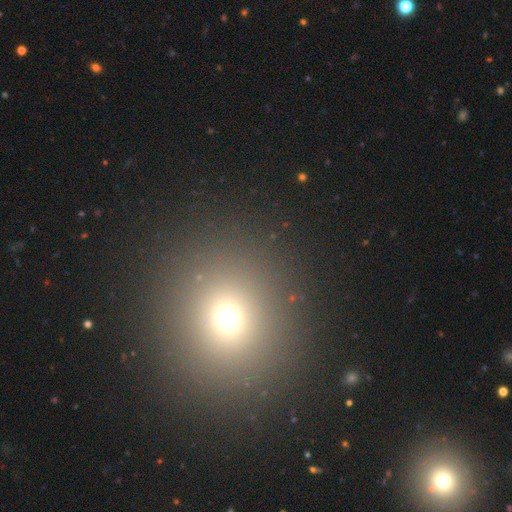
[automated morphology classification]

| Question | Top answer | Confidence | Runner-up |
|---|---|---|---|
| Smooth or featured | smooth | 65% | star or artifact (27%) |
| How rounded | round | 89% | in between (10%) |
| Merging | none | 91% | minor disturbance (5%) |